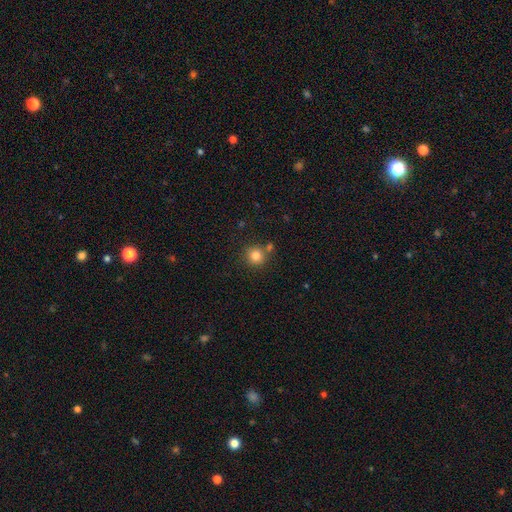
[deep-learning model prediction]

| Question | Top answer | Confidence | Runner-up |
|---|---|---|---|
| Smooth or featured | smooth | 82% | star or artifact (12%) |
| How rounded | round | 91% | in between (8%) |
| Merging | none | 75% | merger (14%) |